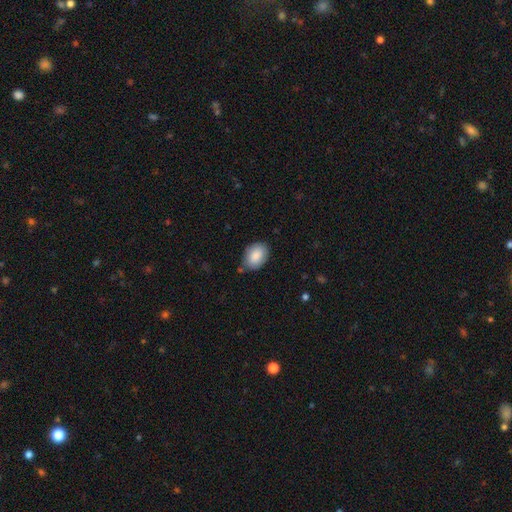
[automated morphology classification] A smooth galaxy with no disk features (87%) that is in between round and cigar-shaped (84%).

Vote fractions:
- Smooth or featured? smooth: 87% / featured or disk: 7% / star or artifact: 6%
- How rounded? in between: 84% / round: 14% / cigar-shaped: 1%
- Merging? none: 77% / minor disturbance: 17% / major disturbance: 3% / merger: 3%